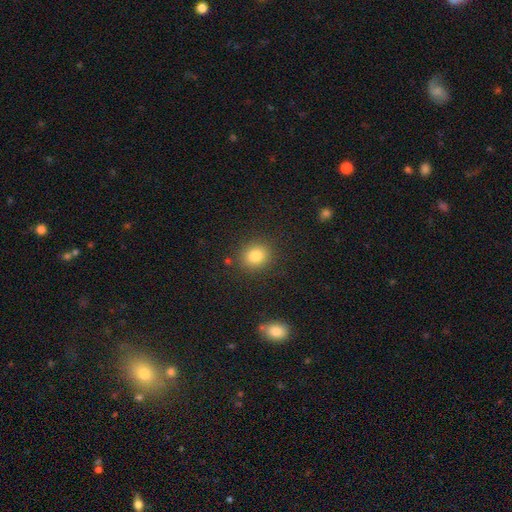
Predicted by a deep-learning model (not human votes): Smooth or featured?
  - smooth: 82% *
  - star or artifact: 12%
  - featured or disk: 6%
How rounded?
  - round: 78% *
  - in between: 21%
  - cigar-shaped: 1%
Merging?
  - none: 86% *
  - minor disturbance: 8%
  - major disturbance: 3%
  - merger: 2%